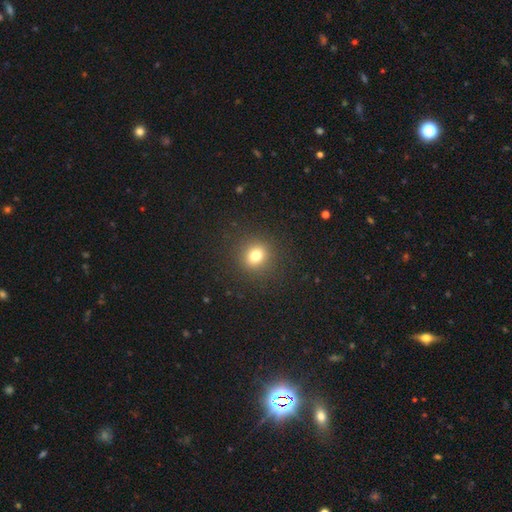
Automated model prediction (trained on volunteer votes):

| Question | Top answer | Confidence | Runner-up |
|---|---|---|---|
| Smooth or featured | smooth | 78% | star or artifact (14%) |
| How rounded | round | 81% | in between (18%) |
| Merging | none | 90% | minor disturbance (6%) |